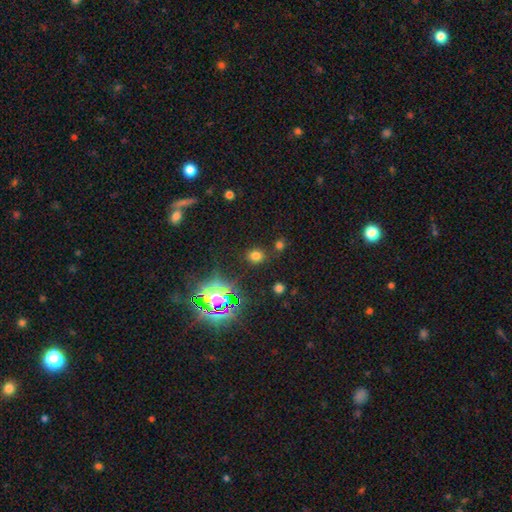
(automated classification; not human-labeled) Overall: smooth (65%; star or artifact 28%). How rounded: round (59%; in between 40%). Merging: none (82%).